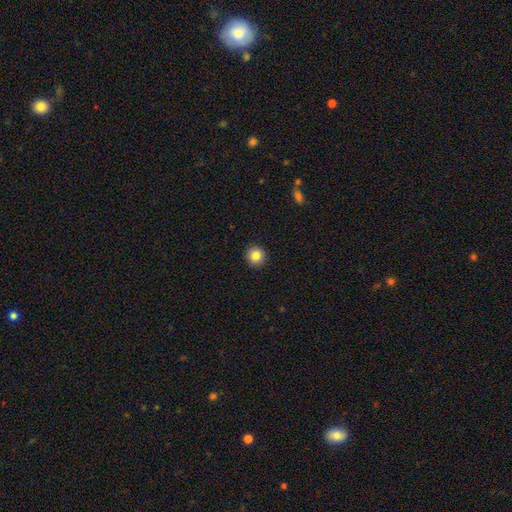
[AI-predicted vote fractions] smooth-or-featured: smooth: 84% | star or artifact: 10% | featured or disk: 6%
  how-rounded: round: 94% | in between: 5% | cigar-shaped: 1%
  merging: none: 93% | minor disturbance: 4% | major disturbance: 2% | merger: 1%